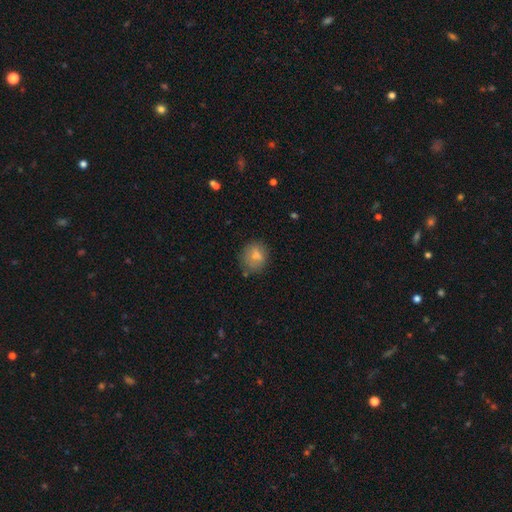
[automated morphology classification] Smooth or featured: smooth — 74% (featured or disk — 17%)
How rounded: round — 68% (in between — 31%)
Merging: none — 67% (minor disturbance — 20%)